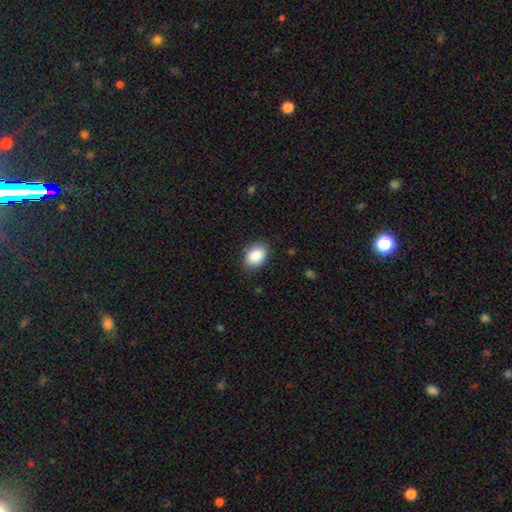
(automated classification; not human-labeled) A smooth galaxy with no disk features (89%) that is in between round and cigar-shaped (71%).

Vote fractions:
- Smooth or featured? smooth: 89% / star or artifact: 7% / featured or disk: 4%
- How rounded? in between: 71% / round: 28% / cigar-shaped: 1%
- Merging? none: 85% / minor disturbance: 12% / major disturbance: 3% / merger: 1%